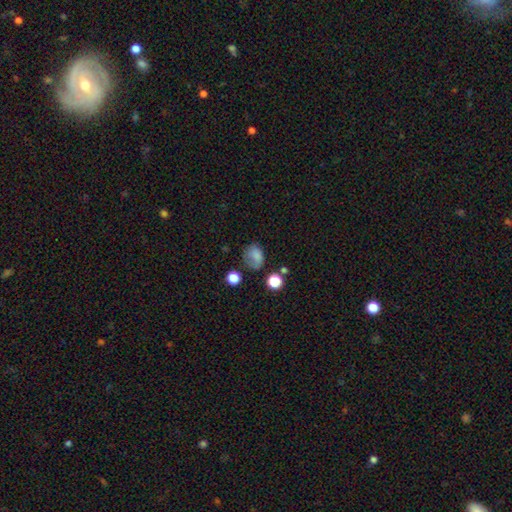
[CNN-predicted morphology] smooth-or-featured: smooth: 76% | star or artifact: 13% | featured or disk: 11%
  how-rounded: in between: 56% | round: 43% | cigar-shaped: 1%
  merging: none: 47% | minor disturbance: 31% | major disturbance: 17% | merger: 5%